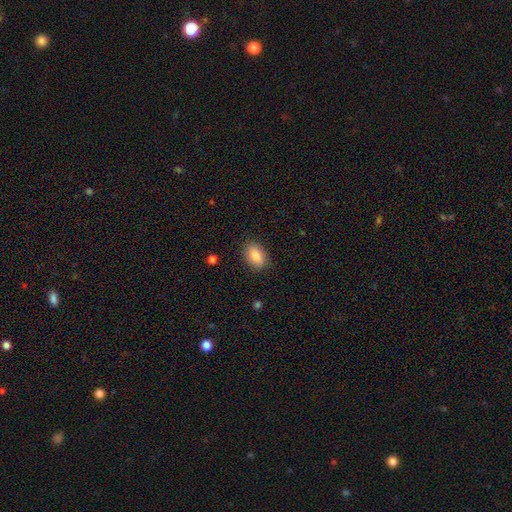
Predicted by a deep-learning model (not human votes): Overall: smooth (88%). How rounded: in between (89%). Merging: none (85%).